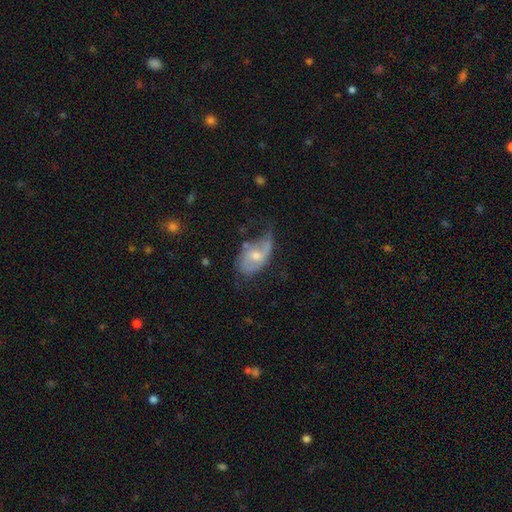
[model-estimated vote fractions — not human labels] Q: Smooth or featured?
A: featured or disk (63%); runner-up: smooth (30%)
Q: Edge-on disk?
A: no (94%); runner-up: yes (6%)
Q: Bar?
A: no (60%); runner-up: weak (33%)
Q: Spiral arms?
A: yes (76%); runner-up: no (24%)
Q: Bulge size?
A: moderate (57%); runner-up: small (37%)
Q: Merging?
A: minor disturbance (37%); runner-up: none (34%)